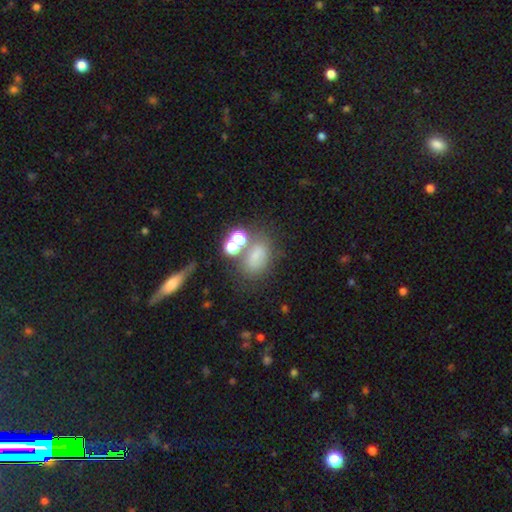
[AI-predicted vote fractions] smooth 58%, star or artifact 22%, featured or disk 21%. Down the decision tree: how rounded — in between (65%); merging — none (43%).